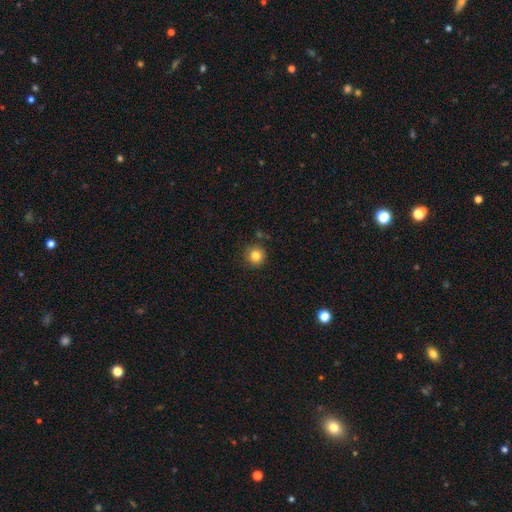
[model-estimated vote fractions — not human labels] This is clearly a smooth galaxy (82%). How rounded: clearly round (94%). Merging: clearly none (87%).